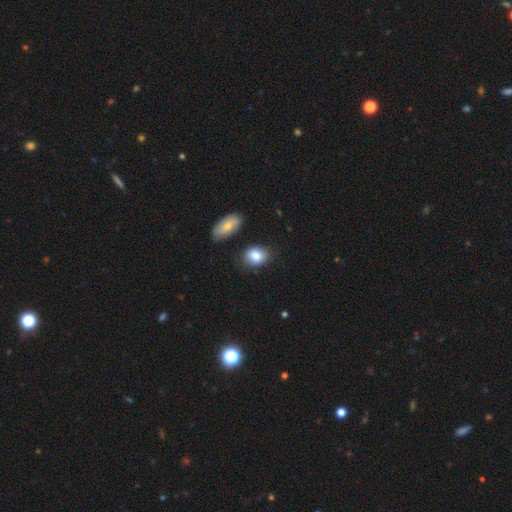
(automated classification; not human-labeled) This is clearly a smooth galaxy (84%). How rounded: likely in between (61%). Merging: likely none (73%).